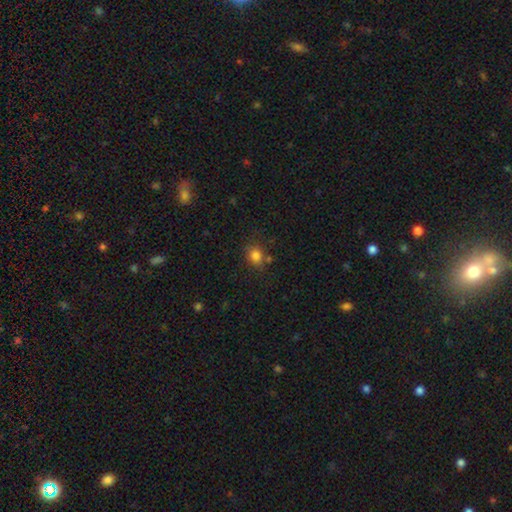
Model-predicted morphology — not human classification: Q: Smooth or featured?
A: smooth (81%); runner-up: star or artifact (13%)
Q: How rounded?
A: round (66%); runner-up: in between (33%)
Q: Merging?
A: none (72%); runner-up: minor disturbance (15%)